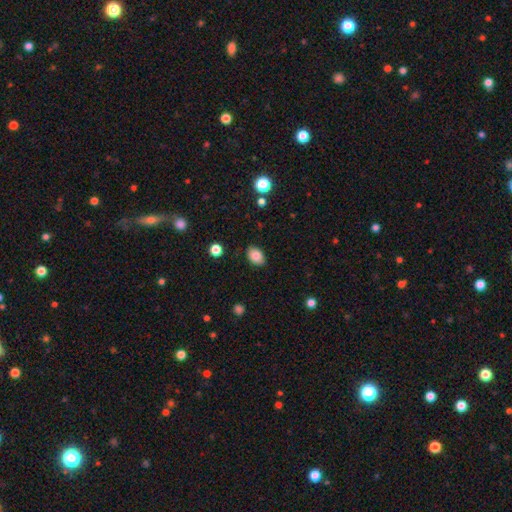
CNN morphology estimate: type=smooth (85%); roundness=in between (83%); merging=none (86%).